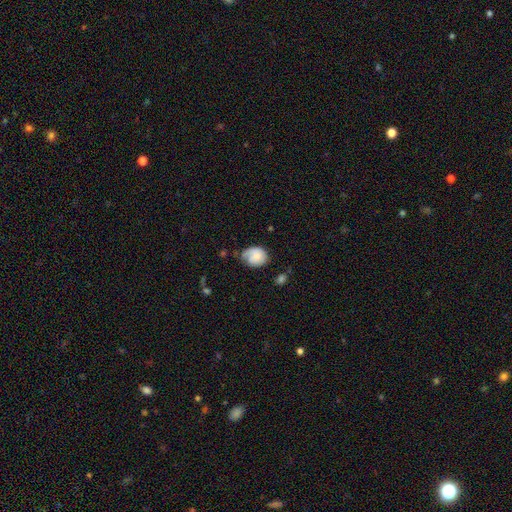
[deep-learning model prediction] Smooth or featured? Predicted: smooth (p=0.59). How rounded? Predicted: in between (p=0.52). Merging? Predicted: none (p=0.47).